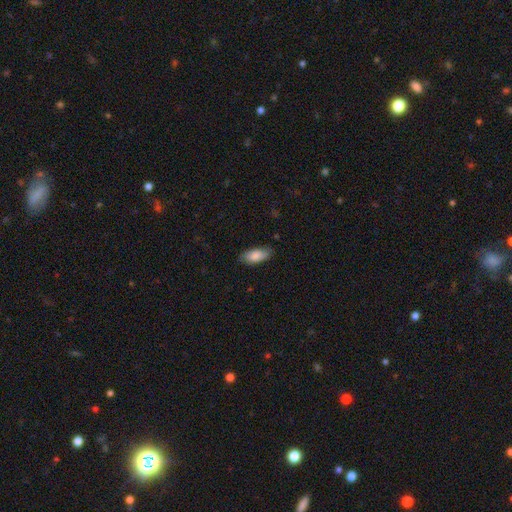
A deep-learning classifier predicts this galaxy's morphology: A smooth galaxy with no disk features (83%) that is in between round and cigar-shaped (88%).

Vote fractions:
- Smooth or featured? smooth: 83% / featured or disk: 11% / star or artifact: 6%
- How rounded? in between: 88% / cigar-shaped: 10% / round: 2%
- Merging? none: 80% / minor disturbance: 16% / major disturbance: 3% / merger: 1%